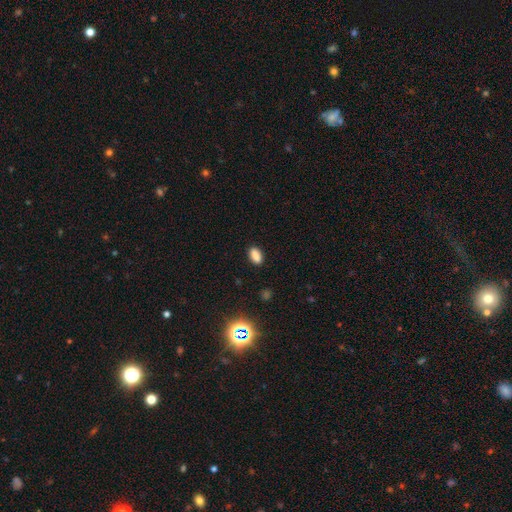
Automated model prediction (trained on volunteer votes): smooth-or-featured: smooth: 84% | star or artifact: 12% | featured or disk: 4%
  how-rounded: in between: 89% | round: 6% | cigar-shaped: 5%
  merging: none: 87% | minor disturbance: 9% | major disturbance: 2% | merger: 1%